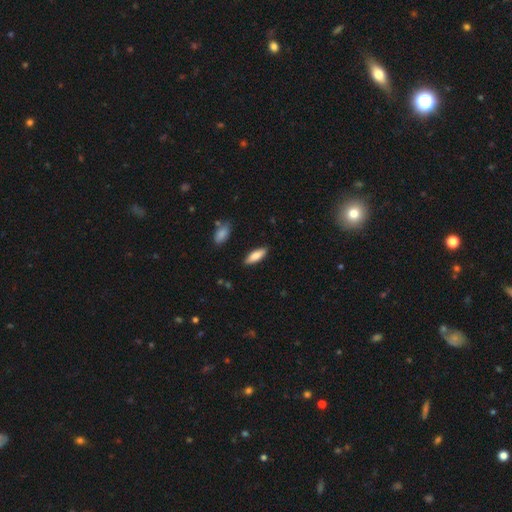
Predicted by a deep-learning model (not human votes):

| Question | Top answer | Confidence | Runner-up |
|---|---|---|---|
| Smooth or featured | smooth | 81% | featured or disk (13%) |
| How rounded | in between | 62% | cigar-shaped (36%) |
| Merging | none | 86% | minor disturbance (10%) |